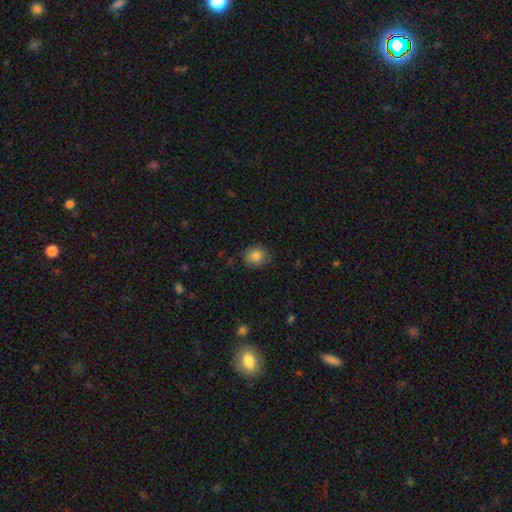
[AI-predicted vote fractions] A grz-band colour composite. It shows a smooth galaxy with no disk features (85%) that is round (72%). Merging: none (82%).